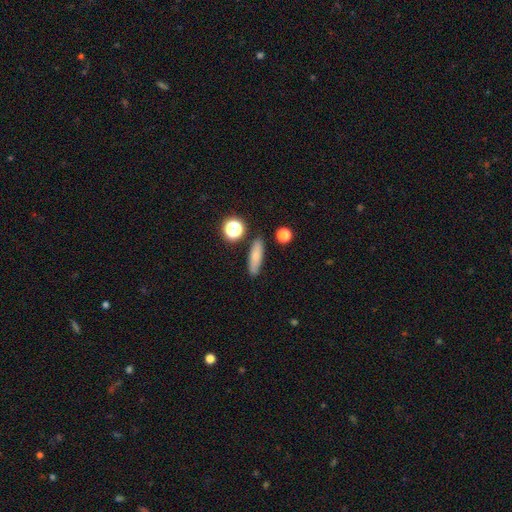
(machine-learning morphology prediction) This appears to be a smooth galaxy with no disk features (76%) that is cigar-shaped (61%). Merging: none (85%).